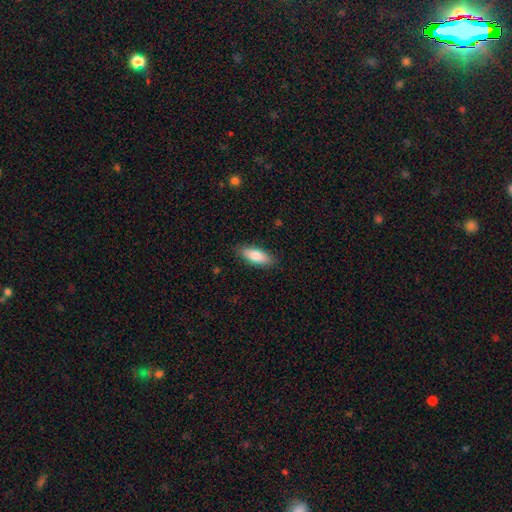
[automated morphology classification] Smooth or featured: smooth — 81% (featured or disk — 13%)
How rounded: in between — 73% (cigar-shaped — 25%)
Merging: none — 87% (minor disturbance — 10%)